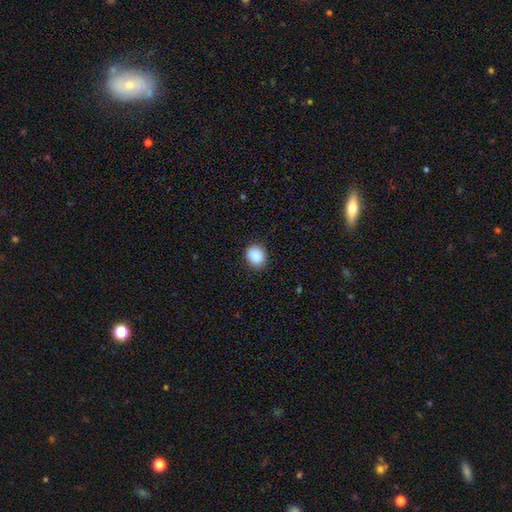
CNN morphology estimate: smooth 89%, star or artifact 8%, featured or disk 3%. Down the decision tree: how rounded — round (64%); merging — none (87%).